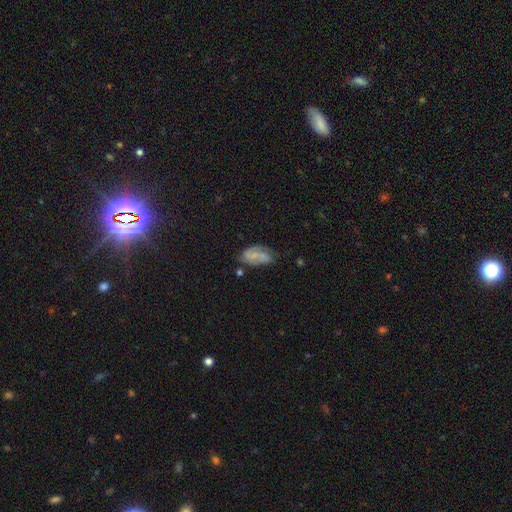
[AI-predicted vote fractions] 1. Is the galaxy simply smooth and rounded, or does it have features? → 56% featured or disk, 34% smooth, 9% star or artifact.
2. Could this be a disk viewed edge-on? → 96% no, 4% yes.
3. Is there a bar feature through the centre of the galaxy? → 42% weak, 41% no, 17% strong.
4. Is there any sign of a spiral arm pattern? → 83% yes, 17% no.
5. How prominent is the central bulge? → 51% small, 30% none, 16% moderate, 2% large, 1% dominant.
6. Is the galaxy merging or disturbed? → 52% none, 29% minor disturbance, 13% major disturbance, 6% merger.